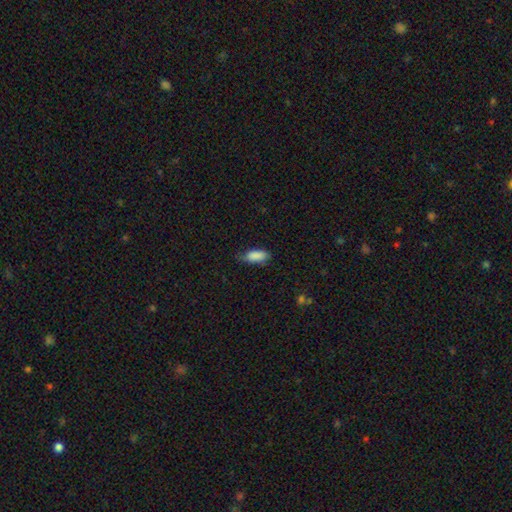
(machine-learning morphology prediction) Smooth or featured?
  - smooth: 88% *
  - star or artifact: 7%
  - featured or disk: 5%
How rounded?
  - in between: 83% *
  - cigar-shaped: 15%
  - round: 2%
Merging?
  - none: 69% *
  - minor disturbance: 25%
  - major disturbance: 5%
  - merger: 1%